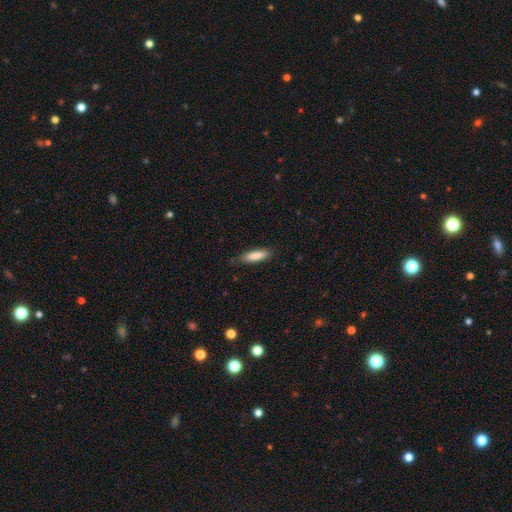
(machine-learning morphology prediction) Overall: smooth (86%). How rounded: cigar-shaped (64%; in between 34%). Merging: none (83%).